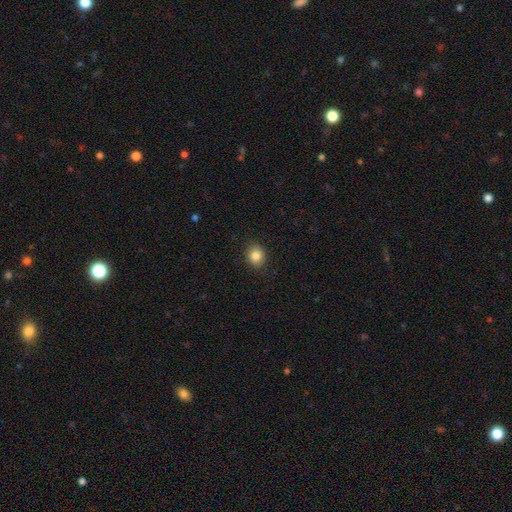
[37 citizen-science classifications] Smooth or featured? 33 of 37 (89%) said smooth. How rounded? 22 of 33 (67%) said round. Merging? 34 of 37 (92%) said none.